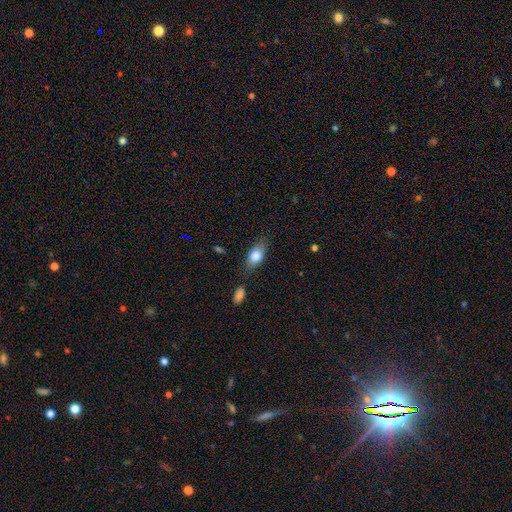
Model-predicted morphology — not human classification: Smooth or featured? Predicted: smooth (p=0.77). How rounded? Predicted: in between (p=0.81). Merging? Predicted: none (p=0.75).